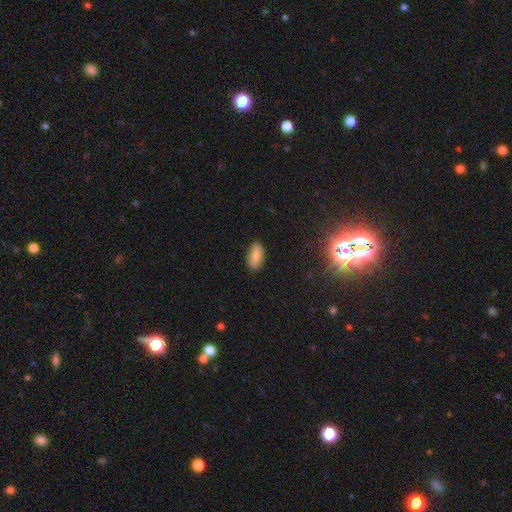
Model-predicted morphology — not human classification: Overall: smooth (71%). How rounded: in between (92%). Merging: none (84%).